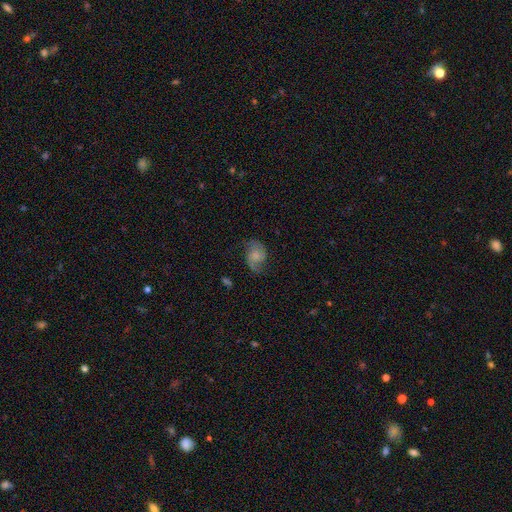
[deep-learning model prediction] Smooth or featured?
  - featured or disk: 62% *
  - smooth: 29%
  - star or artifact: 8%
Edge-on disk?
  - no: 97% *
  - yes: 3%
Bar?
  - no: 67% *
  - weak: 28%
  - strong: 4%
Spiral arms?
  - yes: 91% *
  - no: 9%
Spiral winding?
  - medium: 44% *
  - loose: 39%
  - tight: 17%
Spiral arm count?
  - 2: 88% *
  - can't tell: 5%
  - 1: 3%
  - 3: 1%
  - 4: 1%
  - more than 4: 1%
Bulge size?
  - moderate: 34% *
  - small: 31%
  - none: 21%
  - large: 11%
  - dominant: 2%
Merging?
  - none: 66% *
  - minor disturbance: 22%
  - major disturbance: 11%
  - merger: 1%